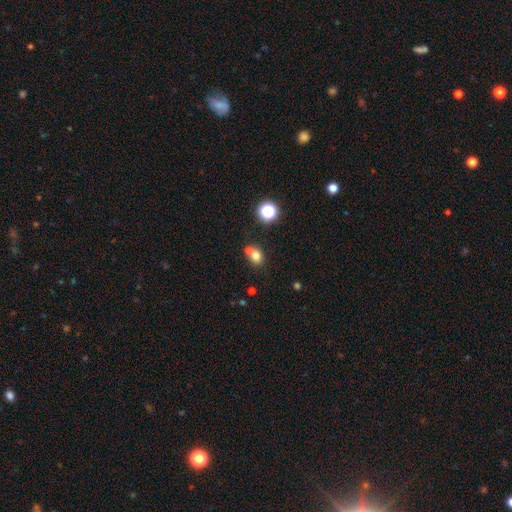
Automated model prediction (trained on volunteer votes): This is likely a smooth galaxy (74%). How rounded: likely round (65%). Merging: possibly none (49%).